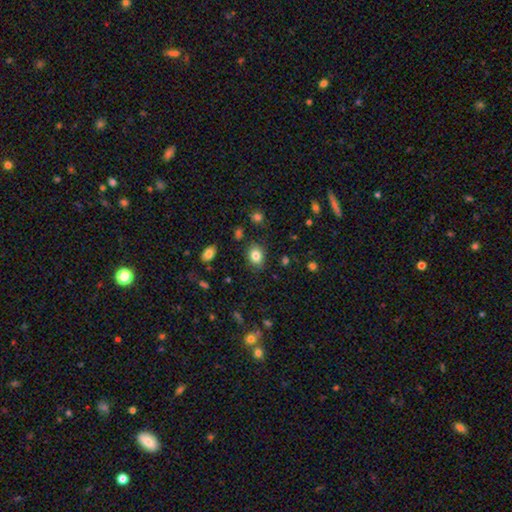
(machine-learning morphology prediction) The model was most divided on "how rounded": in between: 64%, round: 35%, cigar-shaped: 1%. More confident: merging — none (84%); smooth or featured — smooth (83%).